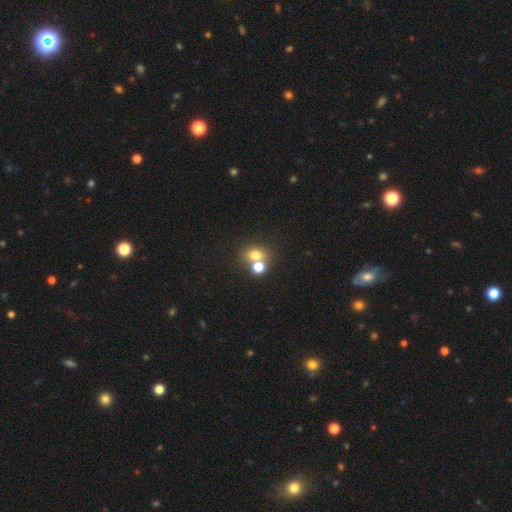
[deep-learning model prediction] Overall: smooth (71%). How rounded: round (62%; in between 37%). Merging: merger (47%; none 42%).